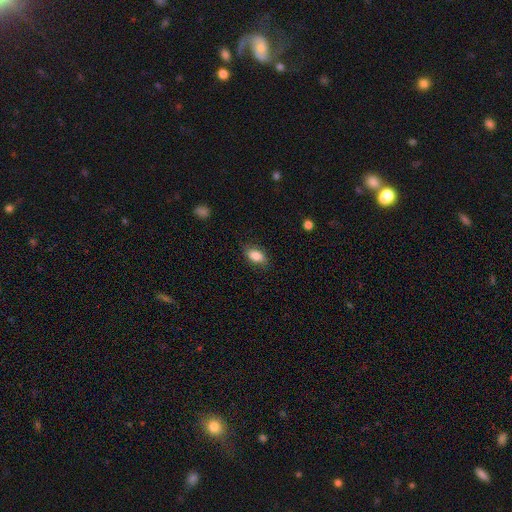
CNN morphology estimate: This appears to be a smooth galaxy with no disk features (84%) that is in between round and cigar-shaped (89%). Merging: none (80%).